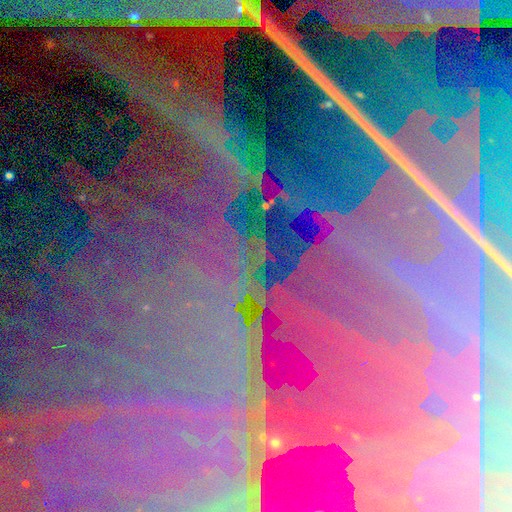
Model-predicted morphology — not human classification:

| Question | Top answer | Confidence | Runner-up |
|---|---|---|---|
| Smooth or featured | star or artifact | 85% | featured or disk (9%) |